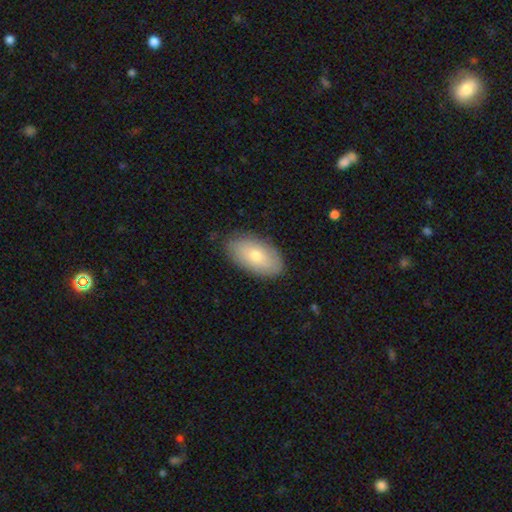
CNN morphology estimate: Smooth or featured: smooth — 70% (featured or disk — 23%)
How rounded: in between — 94% (round — 4%)
Merging: none — 84% (minor disturbance — 12%)